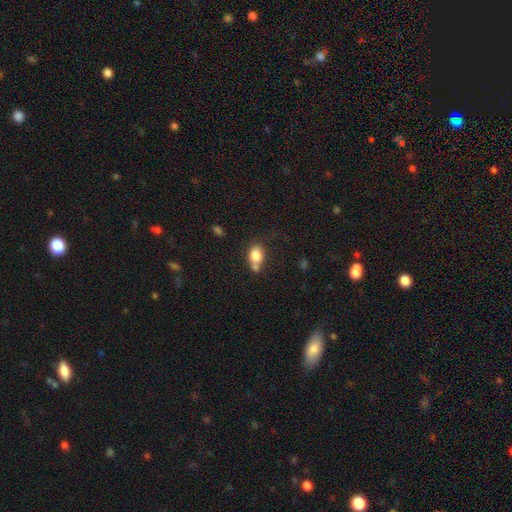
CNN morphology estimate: Smooth or featured? Predicted: smooth (p=0.81). How rounded? Predicted: in between (p=0.70). Merging? Predicted: none (p=0.45).